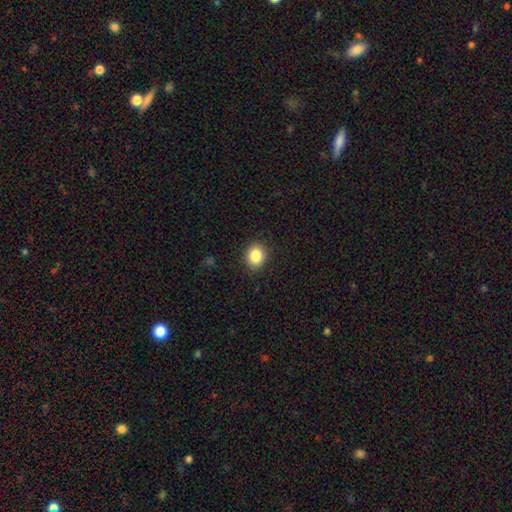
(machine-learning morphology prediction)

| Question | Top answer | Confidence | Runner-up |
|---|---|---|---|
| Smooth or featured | smooth | 85% | star or artifact (10%) |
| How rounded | round | 75% | in between (24%) |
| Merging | none | 89% | minor disturbance (8%) |